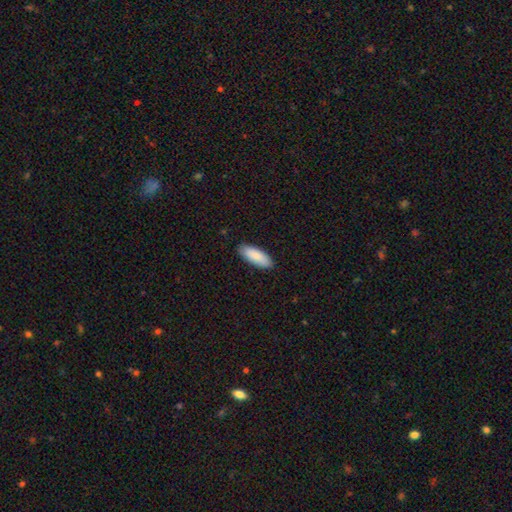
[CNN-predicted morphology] The model was most divided on "how rounded": in between: 77%, cigar-shaped: 21%, round: 2%. More confident: merging — none (88%); smooth or featured — smooth (87%).